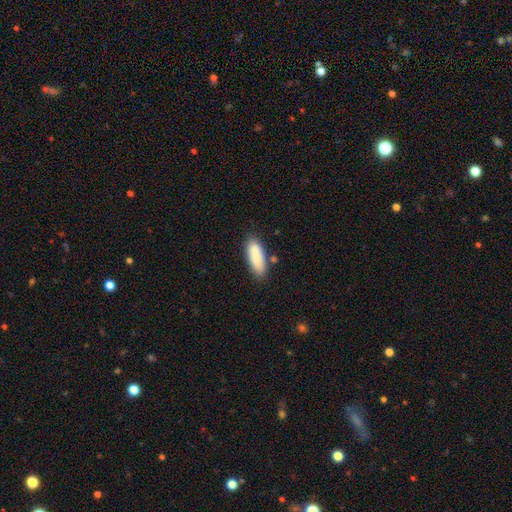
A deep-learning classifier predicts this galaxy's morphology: smooth 85%, featured or disk 9%, star or artifact 6%. Down the decision tree: how rounded — in between (71%); merging — none (75%).